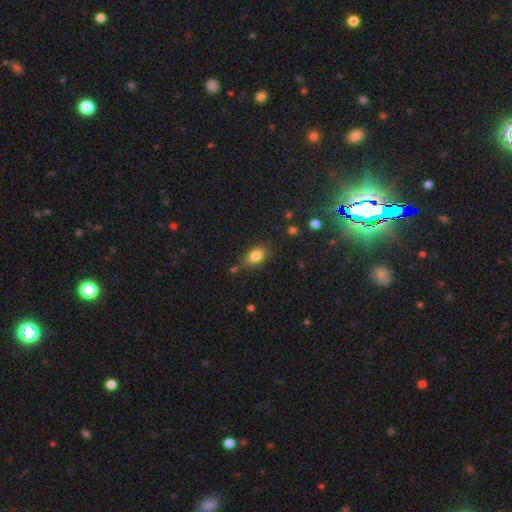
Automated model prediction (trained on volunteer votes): Smooth or featured? Predicted: smooth (p=0.83). How rounded? Predicted: in between (p=0.85). Merging? Predicted: none (p=0.74).